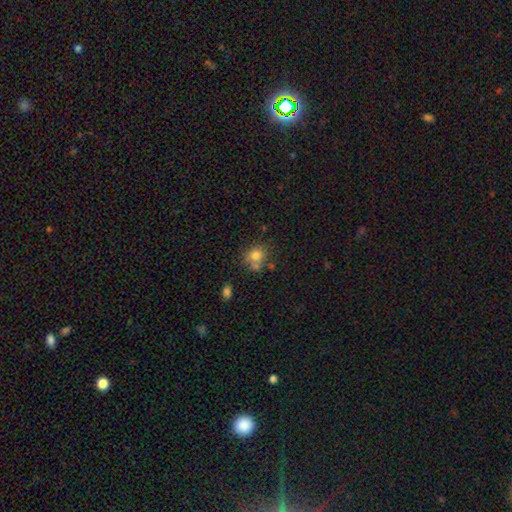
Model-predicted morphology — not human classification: The model was most divided on "merging": none: 56%, merger: 23%, minor disturbance: 16%, major disturbance: 6%. More confident: smooth or featured — smooth (77%); how rounded — round (72%).